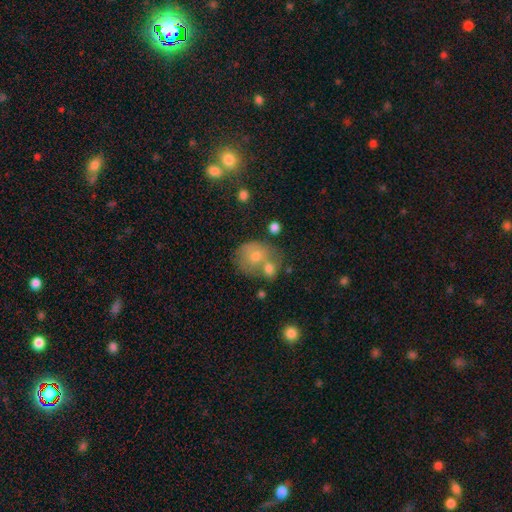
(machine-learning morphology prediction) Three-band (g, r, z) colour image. It shows a smooth galaxy with no disk features (61%) that is round (70%). Merging: none (40%).